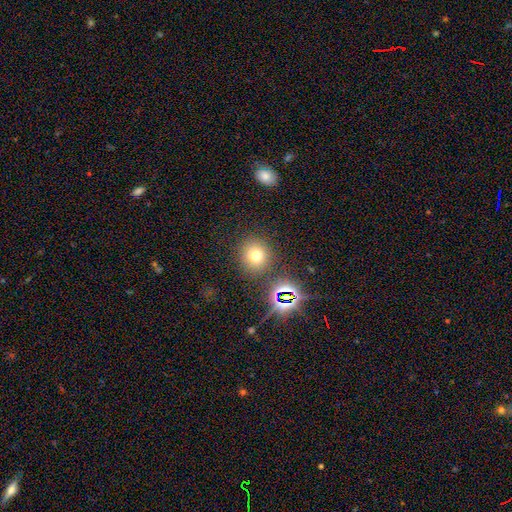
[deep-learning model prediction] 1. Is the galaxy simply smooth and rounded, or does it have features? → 68% smooth, 23% star or artifact, 9% featured or disk.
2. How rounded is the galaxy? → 88% round, 11% in between, 1% cigar-shaped.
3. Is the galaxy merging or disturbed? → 85% none, 8% minor disturbance, 4% merger, 3% major disturbance.